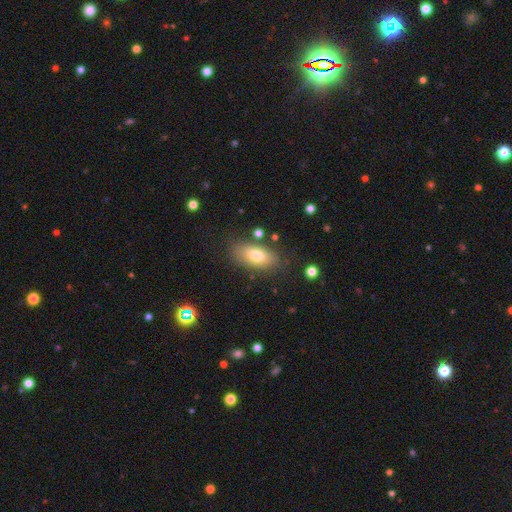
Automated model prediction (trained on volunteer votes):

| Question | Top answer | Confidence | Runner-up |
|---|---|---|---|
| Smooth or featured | smooth | 75% | featured or disk (17%) |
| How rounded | in between | 88% | cigar-shaped (7%) |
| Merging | none | 79% | minor disturbance (13%) |